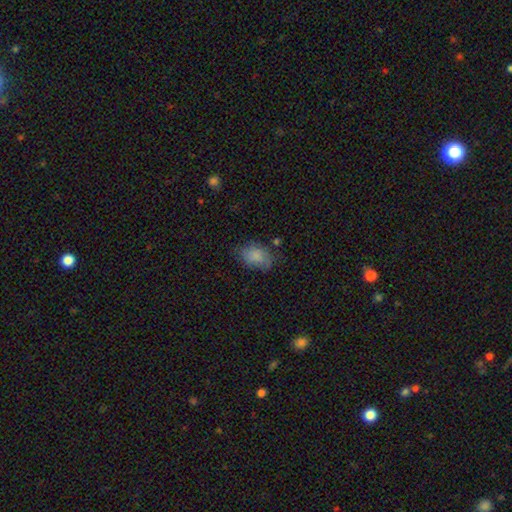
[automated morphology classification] Smooth or featured?
  - smooth: 82% *
  - featured or disk: 9%
  - star or artifact: 8%
How rounded?
  - in between: 81% *
  - round: 18%
  - cigar-shaped: 1%
Merging?
  - none: 66% *
  - minor disturbance: 24%
  - major disturbance: 8%
  - merger: 3%